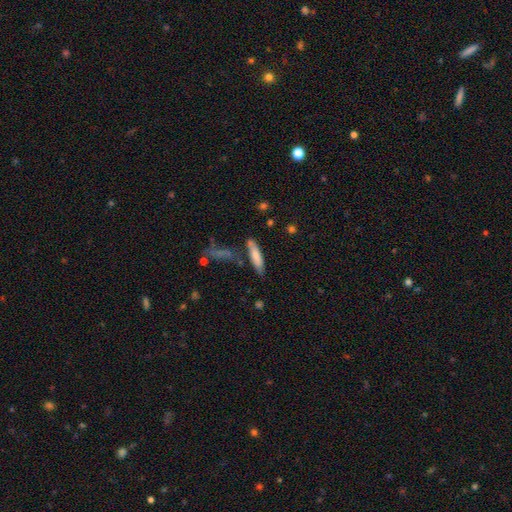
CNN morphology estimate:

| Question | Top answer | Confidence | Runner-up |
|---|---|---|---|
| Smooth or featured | smooth | 75% | featured or disk (18%) |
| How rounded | cigar-shaped | 74% | in between (25%) |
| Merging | none | 73% | minor disturbance (15%) |